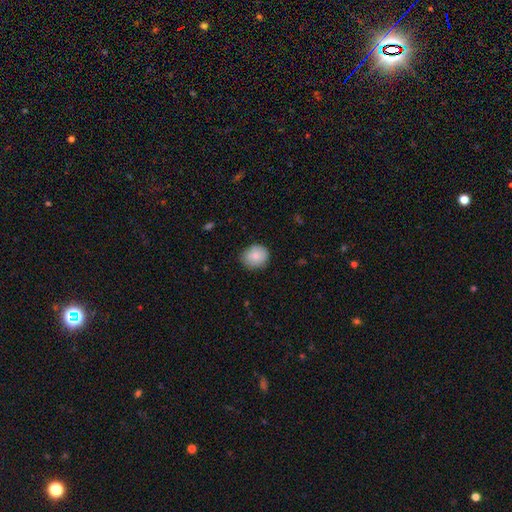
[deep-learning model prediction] The model was most divided on "how rounded": round: 74%, in between: 25%, cigar-shaped: 1%. More confident: smooth or featured — smooth (84%); merging — none (79%).